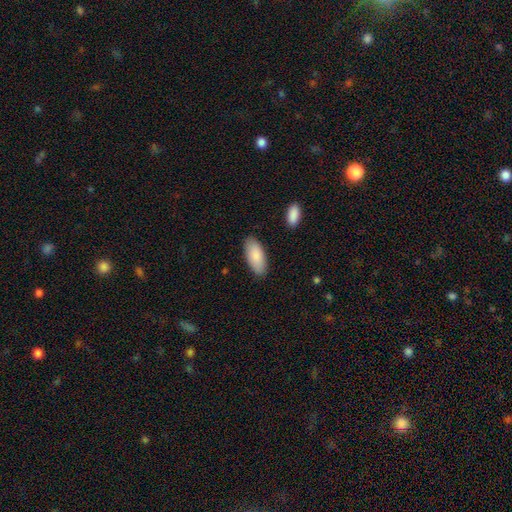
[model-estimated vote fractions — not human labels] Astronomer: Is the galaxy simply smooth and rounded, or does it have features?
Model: smooth — 87%.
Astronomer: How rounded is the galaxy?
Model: in between — 86%.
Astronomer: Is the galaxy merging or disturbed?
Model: none — 86%.